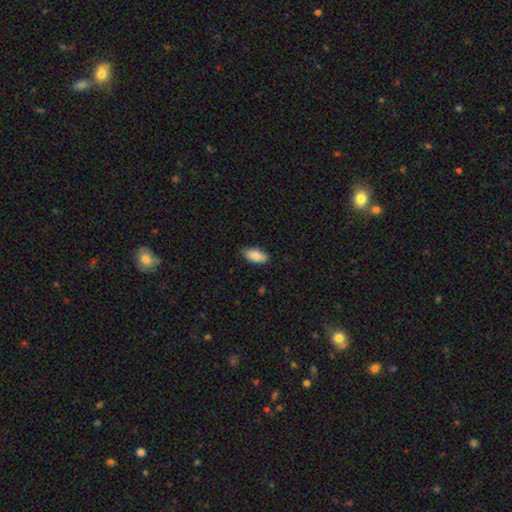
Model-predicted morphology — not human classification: This appears to be a smooth galaxy with no disk features (87%) that is in between round and cigar-shaped (92%). Merging: none (80%).